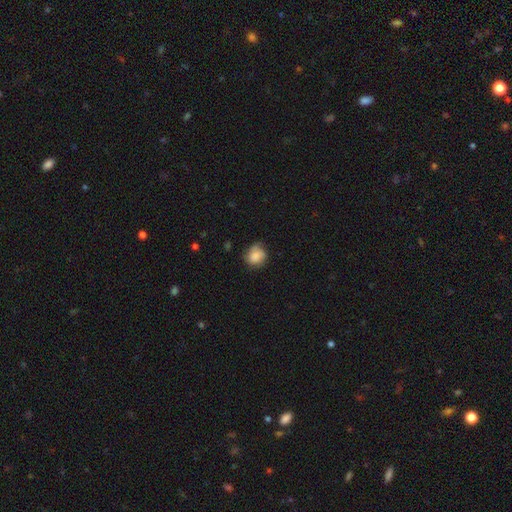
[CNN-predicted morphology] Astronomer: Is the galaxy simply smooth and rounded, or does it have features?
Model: smooth — 72%.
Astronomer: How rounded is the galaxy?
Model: round — 69%.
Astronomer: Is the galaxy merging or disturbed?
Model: none — 54% (runner-up: minor disturbance, 31%).